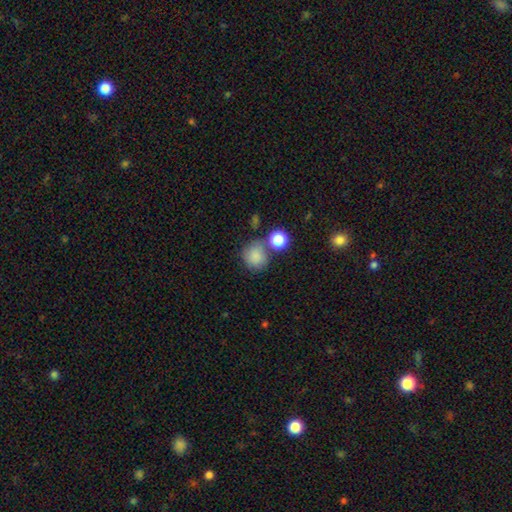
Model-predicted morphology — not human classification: type=smooth (83%); roundness=round (83%); merging=none (57%).